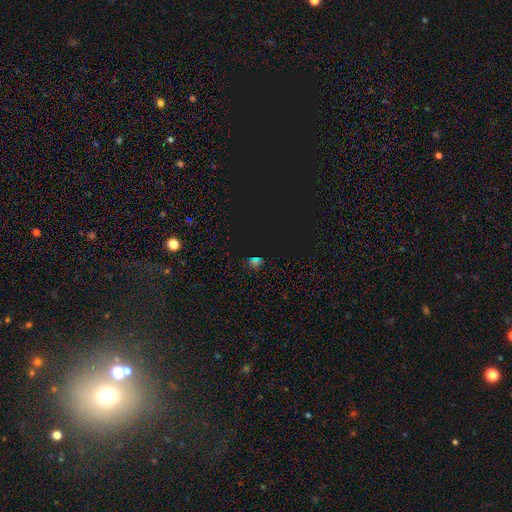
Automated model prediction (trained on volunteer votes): Morphology: type=star or artifact (61%).